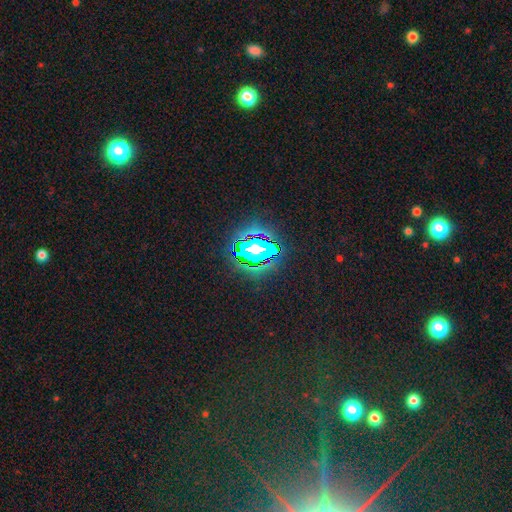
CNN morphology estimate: Smooth or featured: star or artifact — 78% (smooth — 14%)